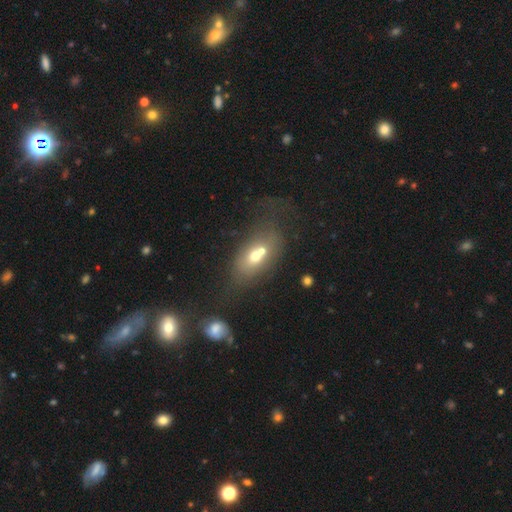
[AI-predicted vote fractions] This appears to be a smooth galaxy with no disk features (57%) that is in between round and cigar-shaped (76%). Merging: merger (48%).